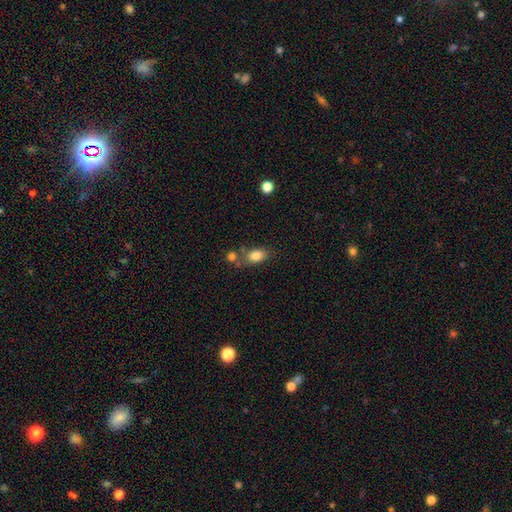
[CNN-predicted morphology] Smooth or featured? Predicted: smooth (p=0.82). How rounded? Predicted: in between (p=0.82). Merging? Predicted: none (p=0.58).